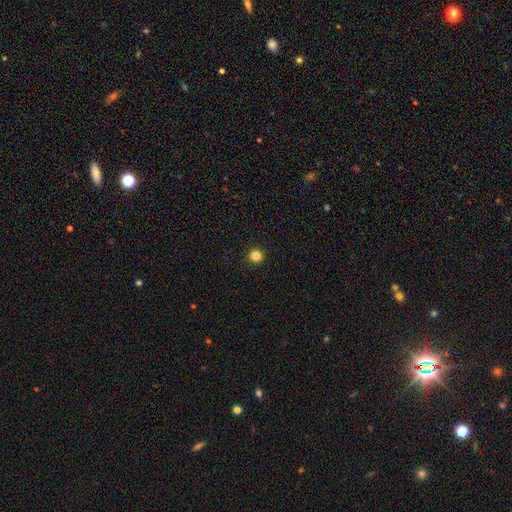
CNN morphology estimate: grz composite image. It shows a smooth galaxy with no disk features (83%) that is round (95%). Merging: none (93%).